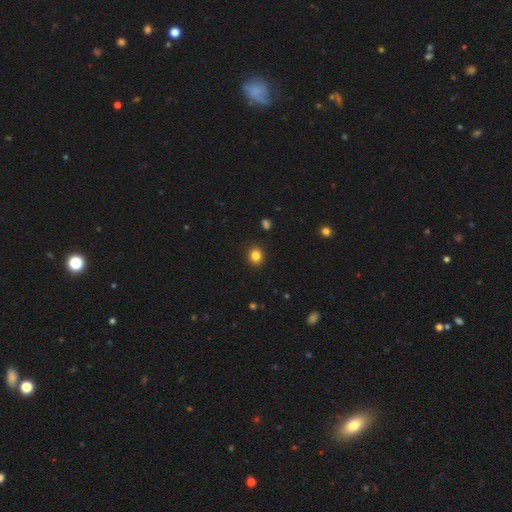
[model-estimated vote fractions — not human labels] This is clearly a smooth galaxy (84%). How rounded: likely round (78%). Merging: clearly none (91%).